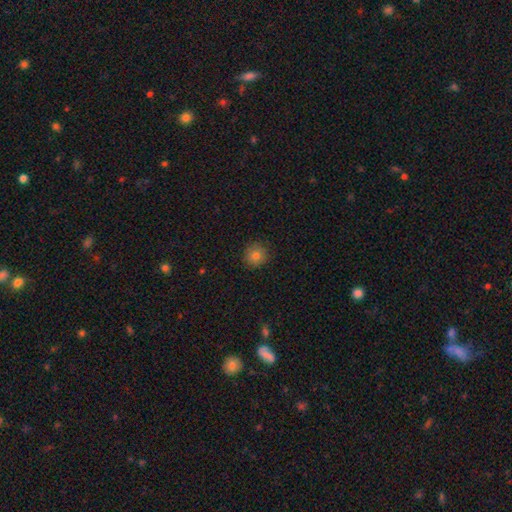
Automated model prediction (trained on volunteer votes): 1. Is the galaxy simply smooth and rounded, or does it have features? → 81% smooth, 12% star or artifact, 7% featured or disk.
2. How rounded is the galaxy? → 92% round, 7% in between, 1% cigar-shaped.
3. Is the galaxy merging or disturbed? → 88% none, 9% minor disturbance, 2% major disturbance, 1% merger.